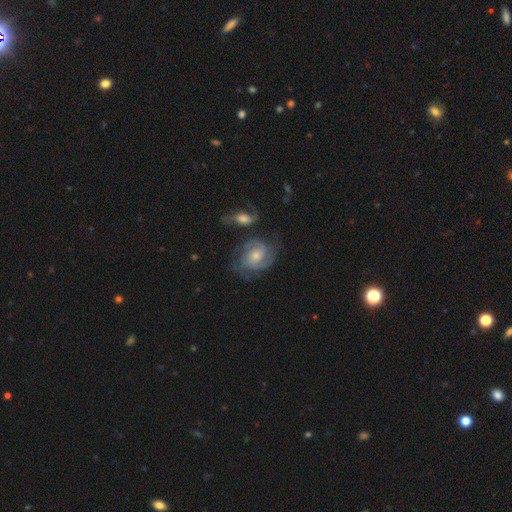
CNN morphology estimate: type=featured or disk (71%); edge-on=no (97%); bar=no (68%); spiral arms=yes (89%); winding=tight (46%); arm count=2 (43%); bulge=small (45%); merging=none (56%).